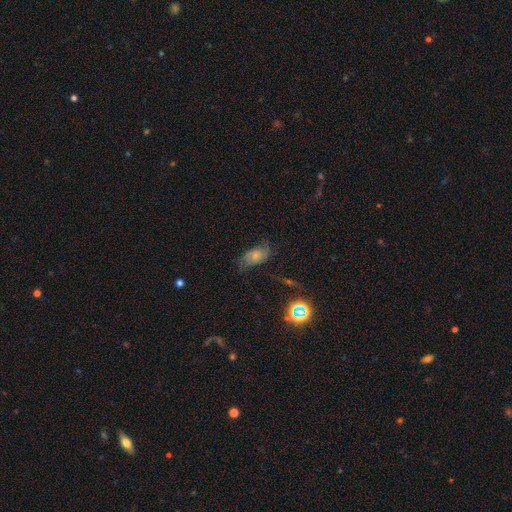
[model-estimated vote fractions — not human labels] Morphology: type=smooth (52%); roundness=in between (87%); merging=none (57%).